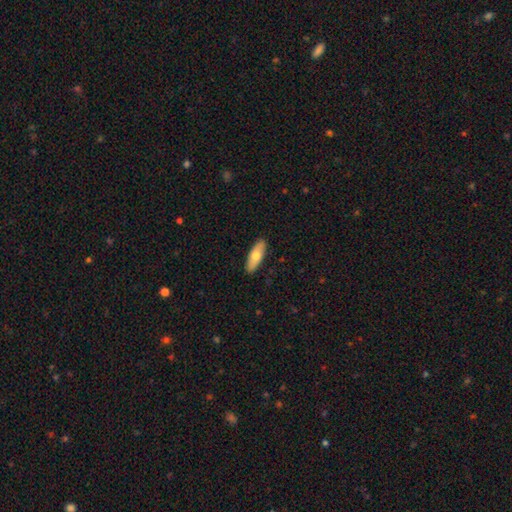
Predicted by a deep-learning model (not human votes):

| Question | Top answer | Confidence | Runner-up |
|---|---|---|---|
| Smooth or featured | smooth | 69% | featured or disk (26%) |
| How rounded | in between | 61% | cigar-shaped (37%) |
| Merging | none | 90% | minor disturbance (8%) |